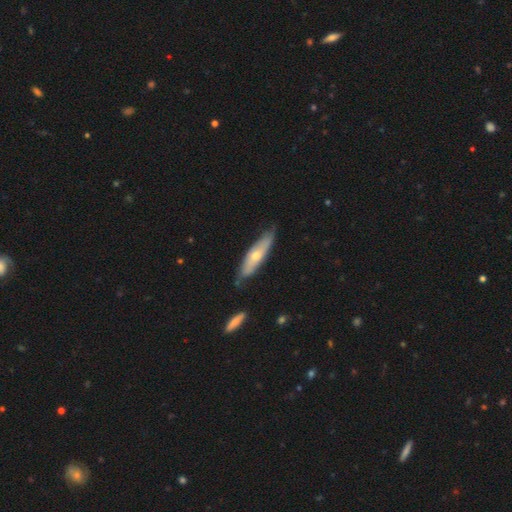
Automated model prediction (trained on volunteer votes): This appears to be a smooth galaxy with no disk features (48%). Merging: none (72%).